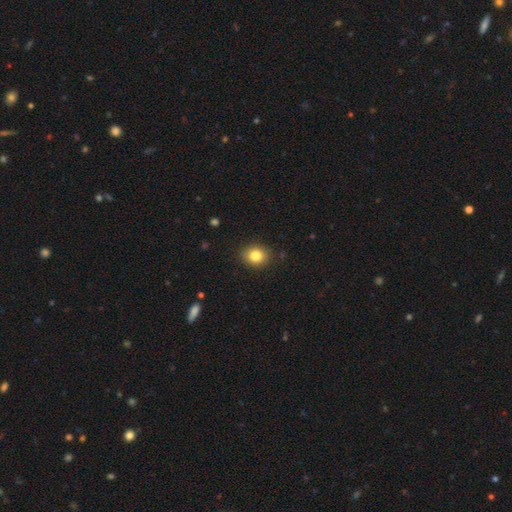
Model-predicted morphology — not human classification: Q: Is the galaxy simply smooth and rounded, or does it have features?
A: smooth — 83%.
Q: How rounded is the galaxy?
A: round — 58%.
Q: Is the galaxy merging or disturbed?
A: none — 87%.